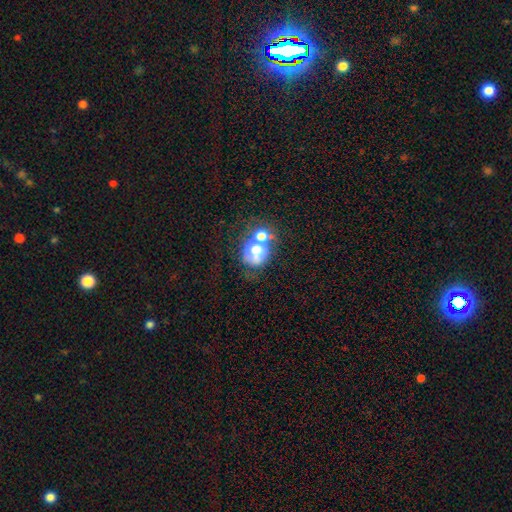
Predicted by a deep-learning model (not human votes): Smooth or featured: smooth — 60% (featured or disk — 21%)
How rounded: round — 61% (in between — 38%)
Merging: merger — 47% (none — 35%)